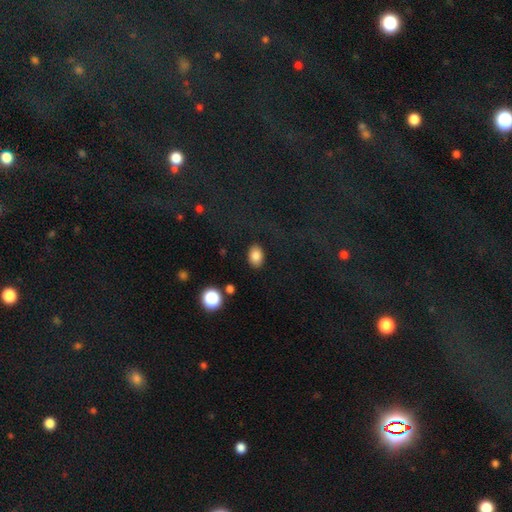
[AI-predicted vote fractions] A smooth galaxy with no disk features (84%) that is in between round and cigar-shaped (81%). Merging: none (86%).